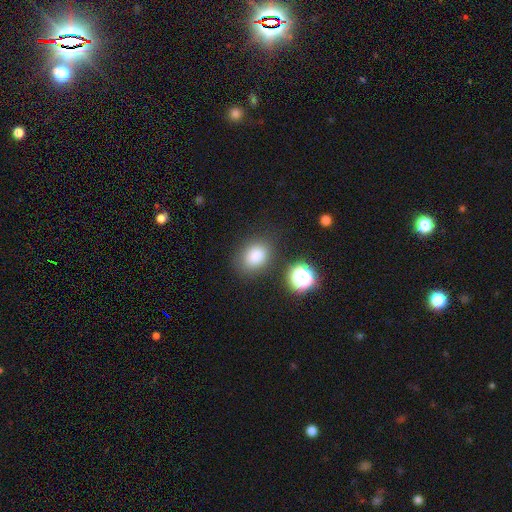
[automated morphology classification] This is clearly a smooth galaxy (83%). How rounded: likely in between (64%). Merging: likely none (78%).